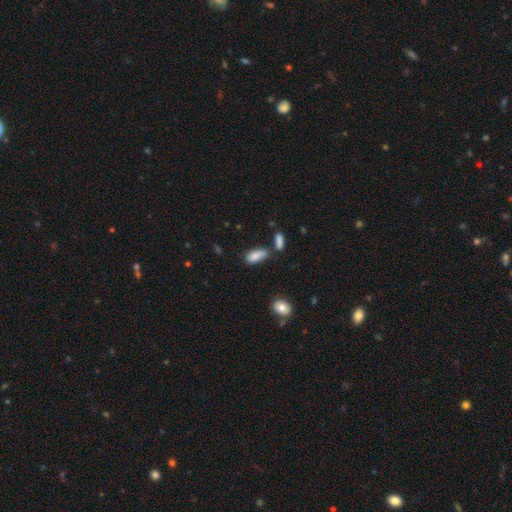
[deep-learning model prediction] This is clearly a smooth galaxy (85%). How rounded: clearly in between (80%). Merging: possibly none (56%).